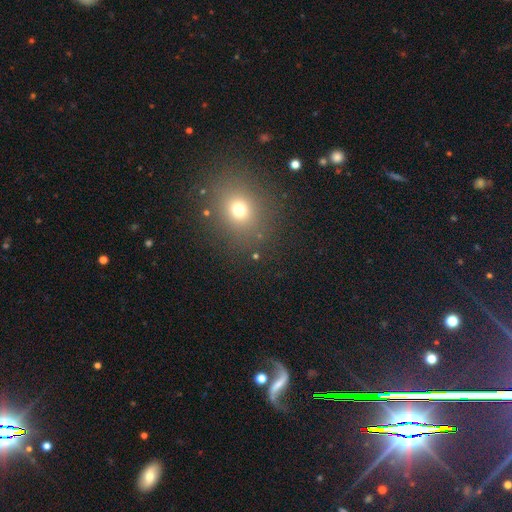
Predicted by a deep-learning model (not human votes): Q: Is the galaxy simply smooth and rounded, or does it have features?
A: smooth — 61%.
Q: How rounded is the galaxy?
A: round — 73%.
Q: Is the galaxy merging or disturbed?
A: none — 84%.